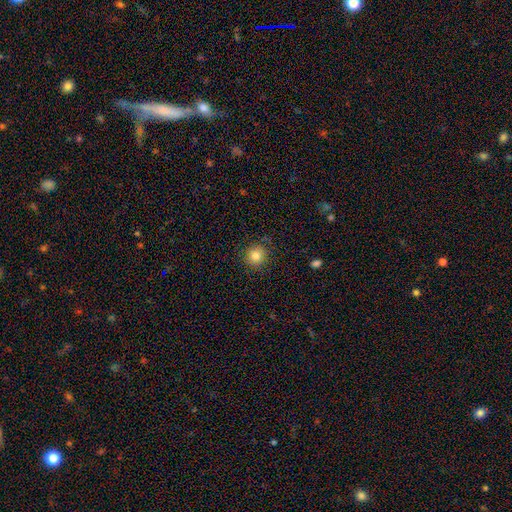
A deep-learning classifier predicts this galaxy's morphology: Smooth or featured? Predicted: smooth (p=0.83). How rounded? Predicted: round (p=0.91). Merging? Predicted: none (p=0.88).